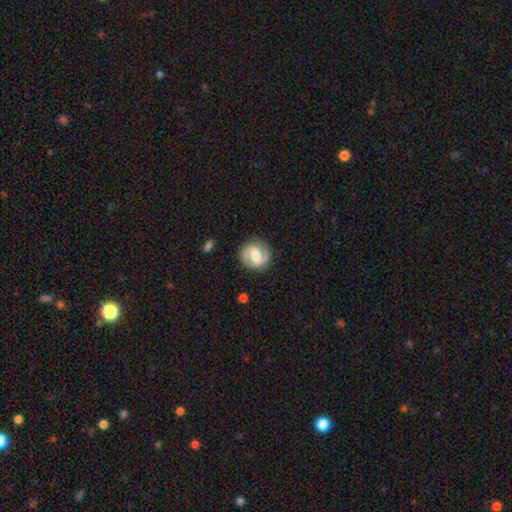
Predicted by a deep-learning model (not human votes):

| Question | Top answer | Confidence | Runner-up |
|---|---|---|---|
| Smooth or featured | featured or disk | 82% | smooth (14%) |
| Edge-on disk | no | 98% | yes (2%) |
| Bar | weak | 49% | strong (32%) |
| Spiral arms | yes | 94% | no (6%) |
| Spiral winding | medium | 52% | tight (25%) |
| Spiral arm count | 2 | 92% | can't tell (3%) |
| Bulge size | moderate | 63% | small (17%) |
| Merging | none | 87% | minor disturbance (9%) |